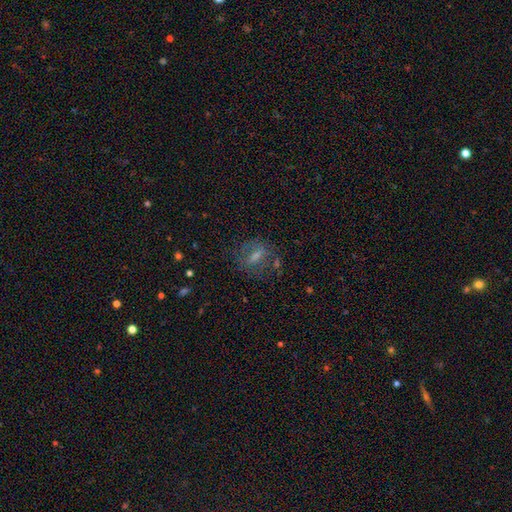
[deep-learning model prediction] Smooth or featured? Predicted: smooth (p=0.45). Merging? Predicted: none (p=0.68).